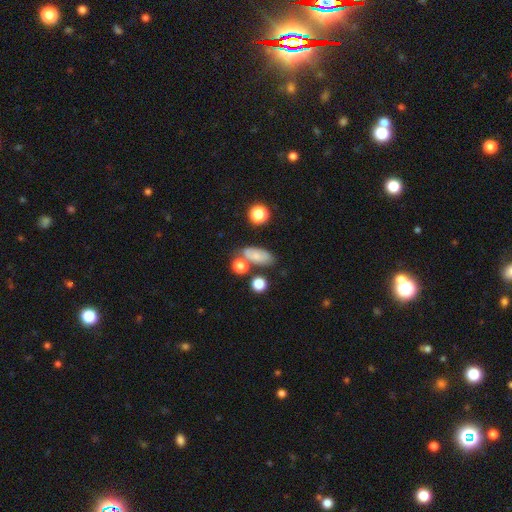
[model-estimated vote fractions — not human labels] smooth-or-featured: smooth: 72% | featured or disk: 17% | star or artifact: 11%
  how-rounded: in between: 83% | round: 9% | cigar-shaped: 8%
  merging: none: 62% | minor disturbance: 17% | merger: 15% | major disturbance: 6%